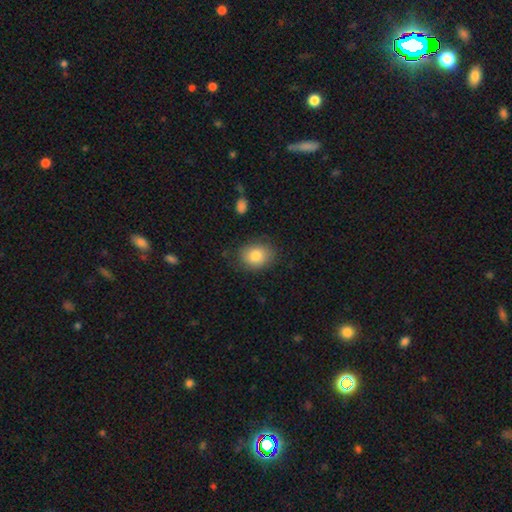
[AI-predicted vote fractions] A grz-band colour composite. It shows a smooth galaxy with no disk features (83%) that is in between round and cigar-shaped (51%). Merging: none (80%).